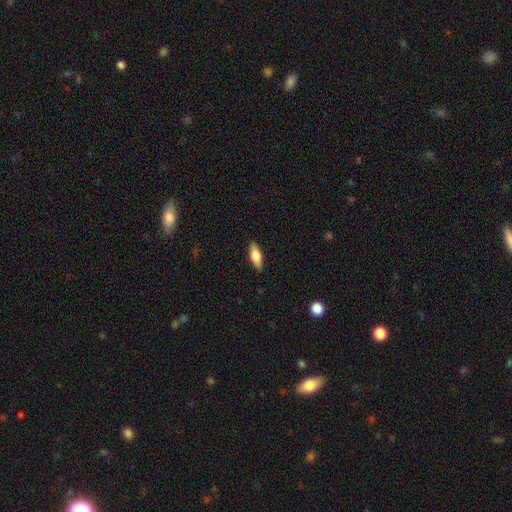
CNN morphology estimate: A smooth galaxy with no disk features (60%) that is in between round and cigar-shaped (60%).

Vote fractions:
- Smooth or featured? smooth: 60% / featured or disk: 33% / star or artifact: 6%
- How rounded? in between: 60% / cigar-shaped: 37% / round: 3%
- Merging? none: 88% / minor disturbance: 9% / major disturbance: 2% / merger: 1%